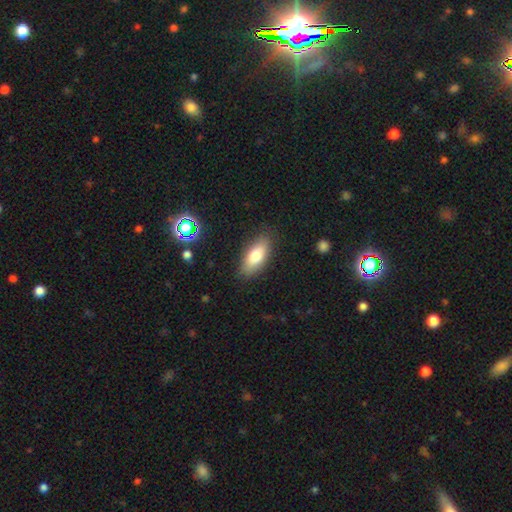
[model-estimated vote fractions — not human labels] This is likely a smooth galaxy (75%). How rounded: clearly in between (82%). Merging: clearly none (85%).